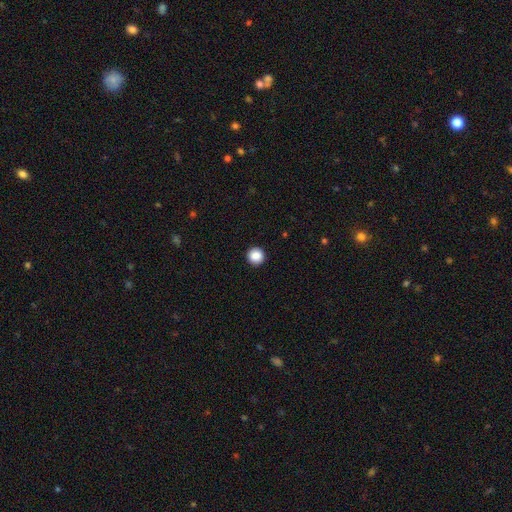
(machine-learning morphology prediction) Smooth or featured? Predicted: smooth (p=0.88). How rounded? Predicted: round (p=0.96). Merging? Predicted: none (p=0.94).